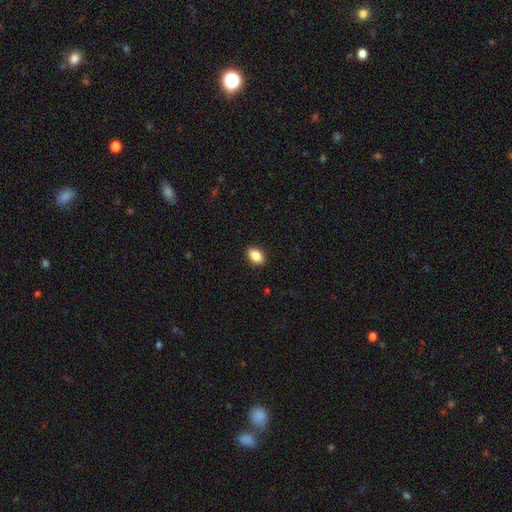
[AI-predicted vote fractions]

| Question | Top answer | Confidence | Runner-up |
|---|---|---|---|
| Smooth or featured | smooth | 87% | star or artifact (8%) |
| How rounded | in between | 86% | round (12%) |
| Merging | none | 90% | minor disturbance (7%) |